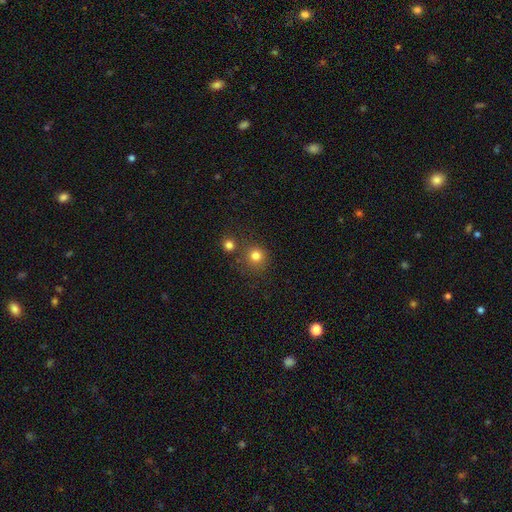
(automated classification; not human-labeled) Smooth or featured? smooth (79%)
How rounded? round (93%)
Merging? none (76%)